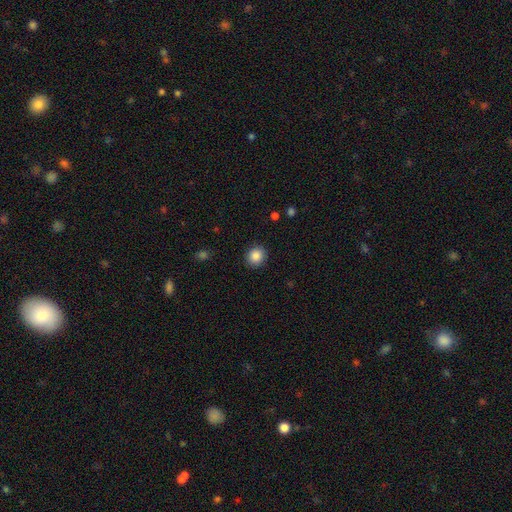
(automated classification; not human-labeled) Q: Smooth or featured?
A: smooth (87%); runner-up: star or artifact (9%)
Q: How rounded?
A: round (84%); runner-up: in between (16%)
Q: Merging?
A: none (90%); runner-up: minor disturbance (7%)